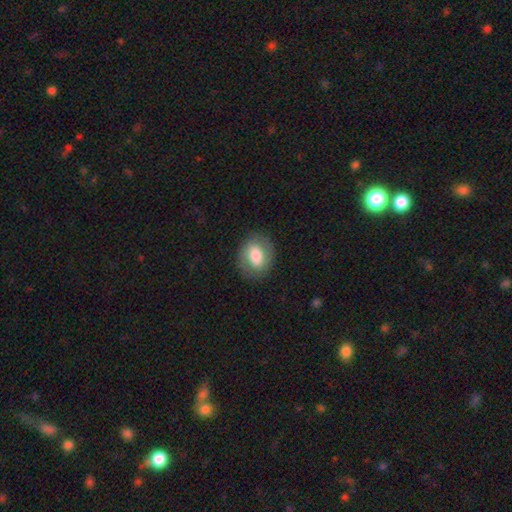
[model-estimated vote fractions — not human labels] This appears to be a smooth galaxy with no disk features (67%) that is in between round and cigar-shaped (58%). Merging: none (83%).